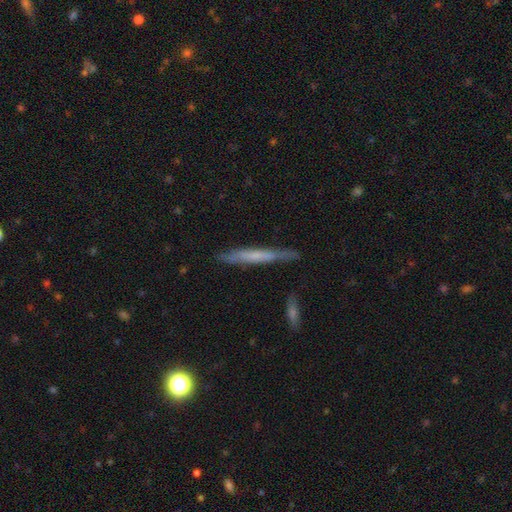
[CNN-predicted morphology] The model was most divided on "smooth or featured": featured or disk: 47%, smooth: 46%, star or artifact: 7%. More confident: merging — none (82%).